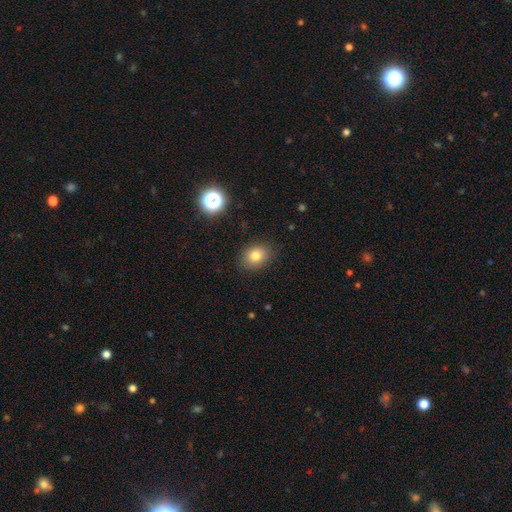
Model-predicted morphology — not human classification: A smooth galaxy with no disk features (80%) that is in between round and cigar-shaped (53%).

Vote fractions:
- Smooth or featured? smooth: 80% / star or artifact: 12% / featured or disk: 8%
- How rounded? in between: 53% / round: 46% / cigar-shaped: 1%
- Merging? none: 86% / minor disturbance: 10% / major disturbance: 3% / merger: 1%